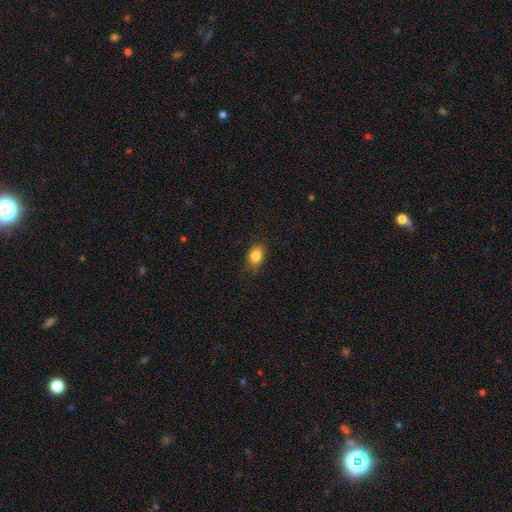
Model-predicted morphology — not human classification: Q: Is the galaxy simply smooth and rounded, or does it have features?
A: smooth — 85%.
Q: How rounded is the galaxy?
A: in between — 75%.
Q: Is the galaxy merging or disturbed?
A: none — 81%.